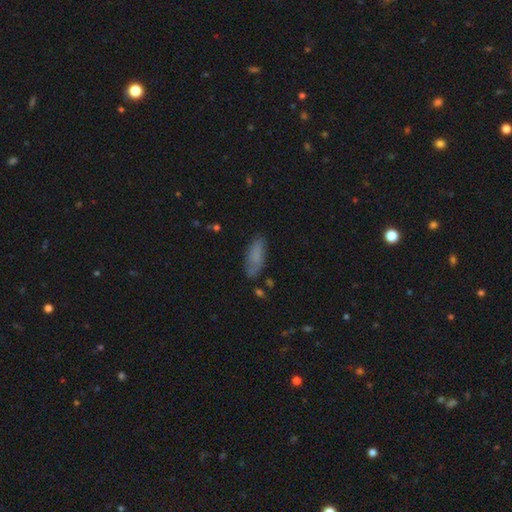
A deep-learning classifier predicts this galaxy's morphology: The model was most divided on "how rounded": in between: 70%, cigar-shaped: 28%, round: 2%. More confident: smooth or featured — smooth (76%); merging — none (72%).